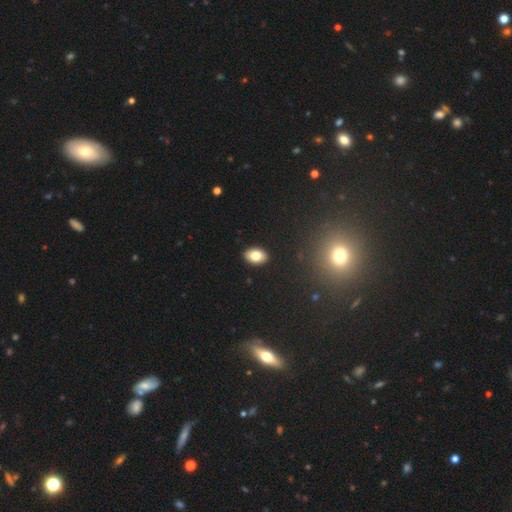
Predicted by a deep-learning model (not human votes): Q: Smooth or featured?
A: smooth (80%); runner-up: featured or disk (11%)
Q: How rounded?
A: in between (87%); runner-up: round (12%)
Q: Merging?
A: none (90%); runner-up: minor disturbance (7%)